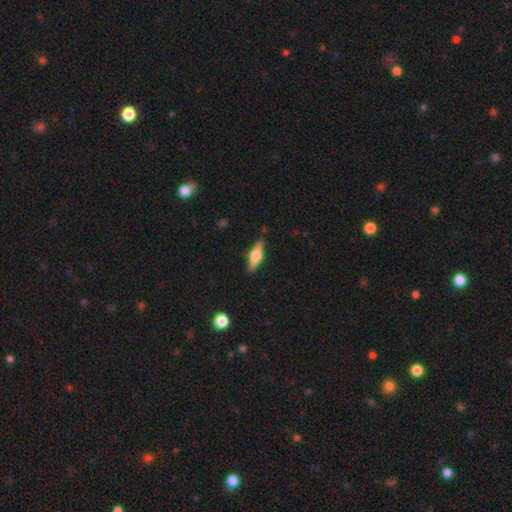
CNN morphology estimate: Smooth or featured: featured or disk — 56% (smooth — 37%)
Edge-on disk: yes — 95% (no — 5%)
Edge-on bulge: rounded — 90% (boxy — 8%)
Merging: none — 87% (minor disturbance — 10%)